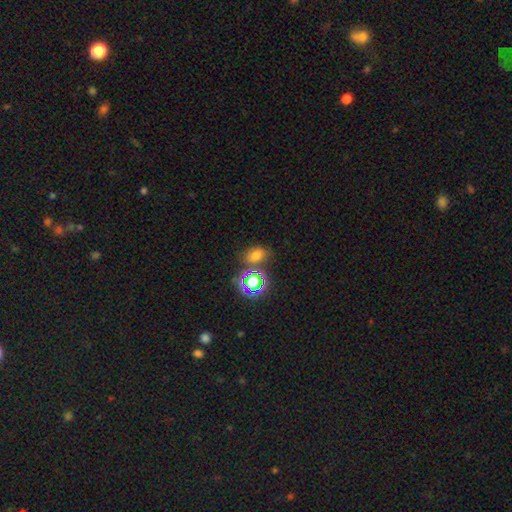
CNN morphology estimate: The model was most divided on "smooth or featured": smooth: 64%, star or artifact: 27%, featured or disk: 9%. More confident: merging — none (69%); how rounded — in between (69%).